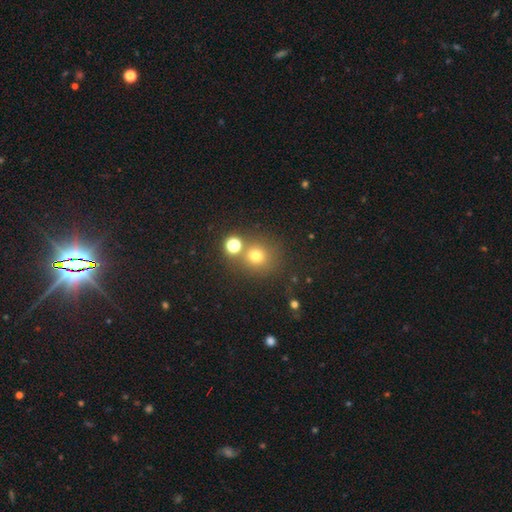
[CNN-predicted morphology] Smooth or featured? smooth (70%)
How rounded? round (89%)
Merging? none (71%)